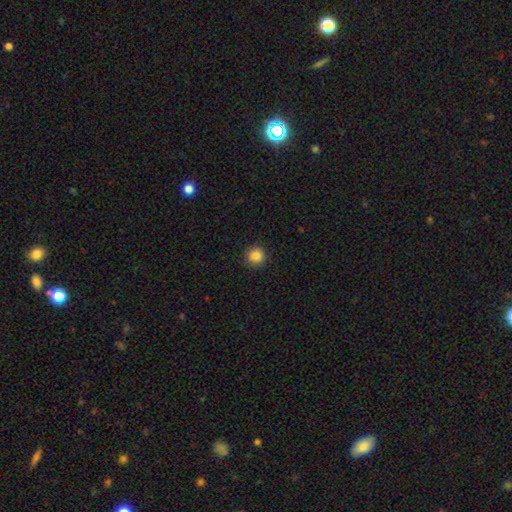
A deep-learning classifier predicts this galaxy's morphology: smooth 86%, star or artifact 10%, featured or disk 4%. Down the decision tree: how rounded — round (94%); merging — none (92%).